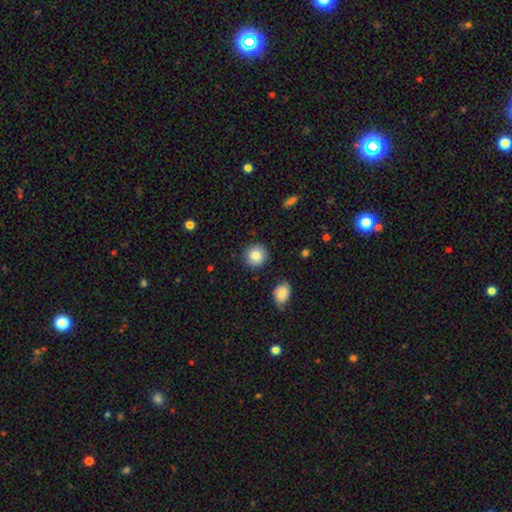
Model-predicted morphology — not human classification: Smooth or featured?
  - smooth: 85% *
  - star or artifact: 8%
  - featured or disk: 7%
How rounded?
  - round: 89% *
  - in between: 10%
  - cigar-shaped: 1%
Merging?
  - none: 87% *
  - minor disturbance: 9%
  - major disturbance: 2%
  - merger: 2%